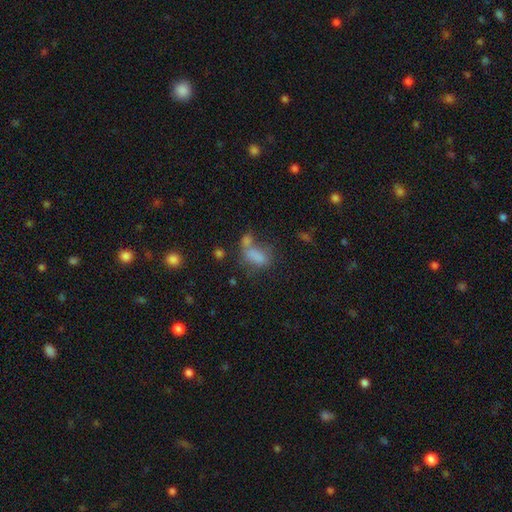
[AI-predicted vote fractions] This appears to be a smooth galaxy with no disk features (73%) that is in between round and cigar-shaped (83%). Merging: merger (40%).